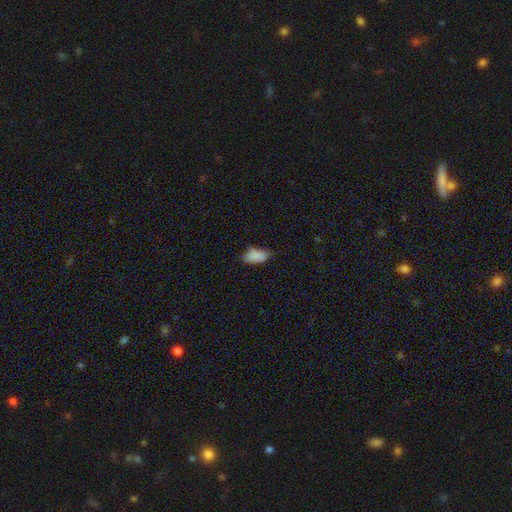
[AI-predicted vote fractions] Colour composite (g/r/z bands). It shows a smooth galaxy with no disk features (84%) that is in between round and cigar-shaped (90%). Merging: none (61%).